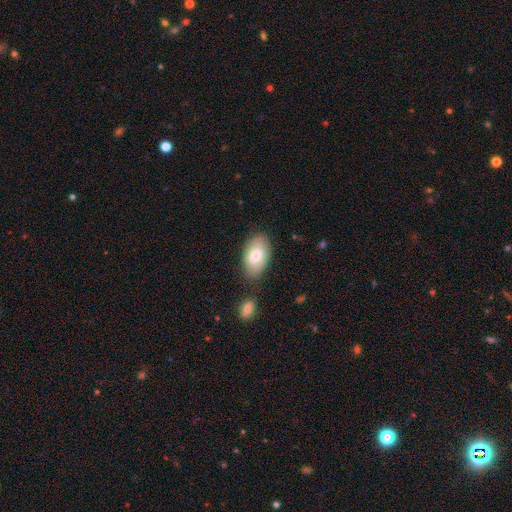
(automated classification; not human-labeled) smooth_or_featured: smooth (p=0.61) [alt: featured or disk p=0.32]
how_rounded: in between (p=0.93) [alt: round p=0.05]
merging: none (p=0.72) [alt: minor disturbance p=0.17]